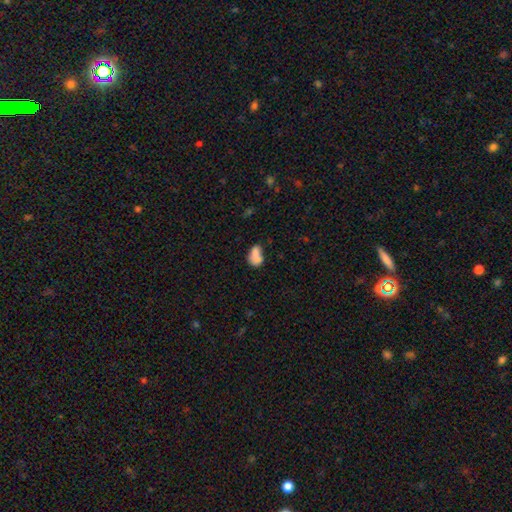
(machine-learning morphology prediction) A smooth galaxy with no disk features (76%) that is in between round and cigar-shaped (80%).

Vote fractions:
- Smooth or featured? smooth: 76% / featured or disk: 14% / star or artifact: 10%
- How rounded? in between: 80% / round: 18% / cigar-shaped: 2%
- Merging? merger: 45% / none: 29% / minor disturbance: 17% / major disturbance: 9%